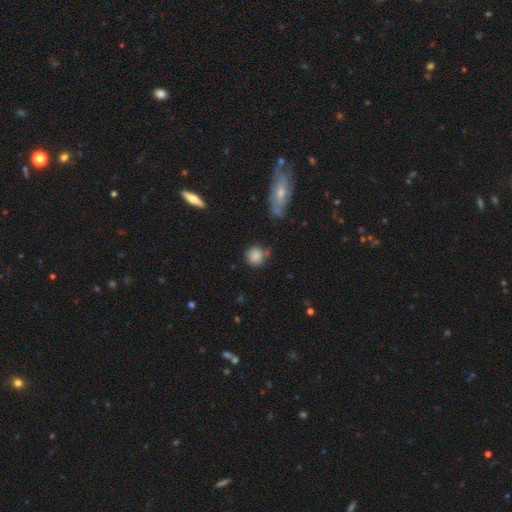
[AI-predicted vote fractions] smooth-or-featured: smooth: 84% | star or artifact: 9% | featured or disk: 7%
  how-rounded: round: 88% | in between: 10% | cigar-shaped: 1%
  merging: none: 67% | minor disturbance: 18% | merger: 9% | major disturbance: 6%